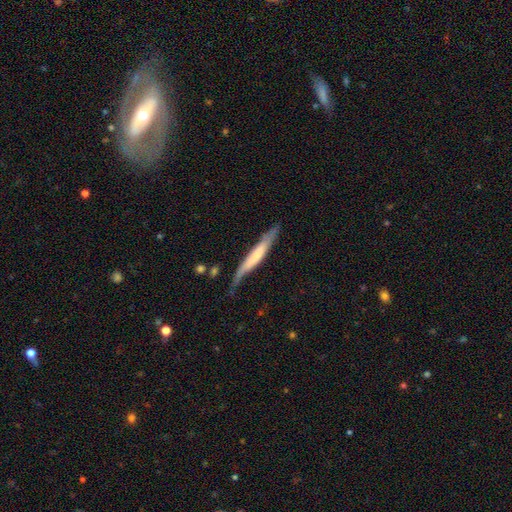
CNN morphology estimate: smooth 51%, featured or disk 44%, star or artifact 5%. Down the decision tree: how rounded — cigar-shaped (93%); merging — none (59%).